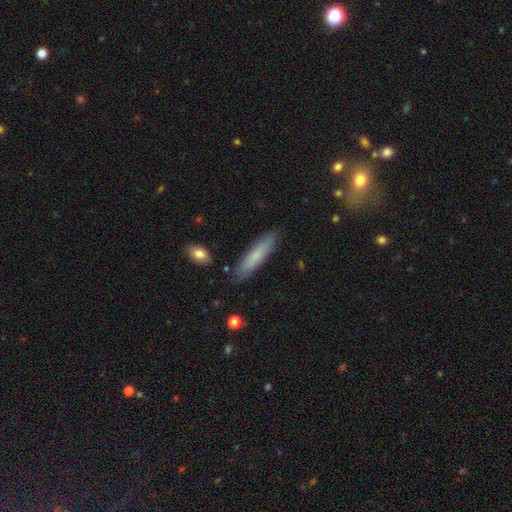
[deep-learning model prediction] Overall: smooth (71%). How rounded: cigar-shaped (83%). Merging: none (85%).